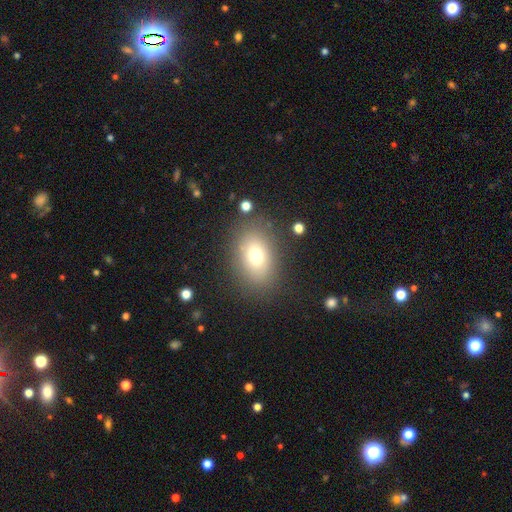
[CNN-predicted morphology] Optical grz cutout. It shows a smooth galaxy with no disk features (73%) that is in between round and cigar-shaped (76%). Merging: none (83%).